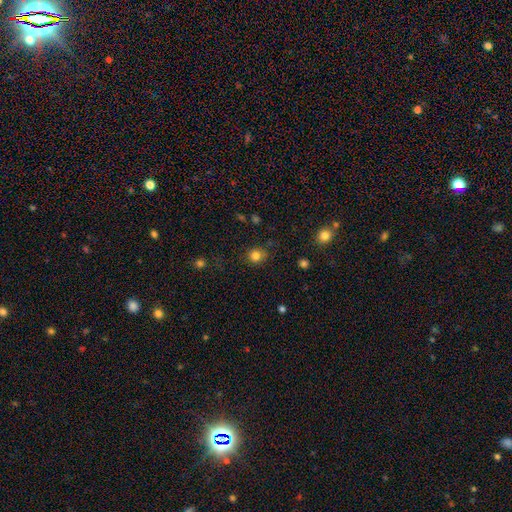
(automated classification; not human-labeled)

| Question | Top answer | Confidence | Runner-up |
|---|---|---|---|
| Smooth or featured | smooth | 82% | star or artifact (13%) |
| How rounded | round | 84% | in between (15%) |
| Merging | none | 81% | minor disturbance (13%) |